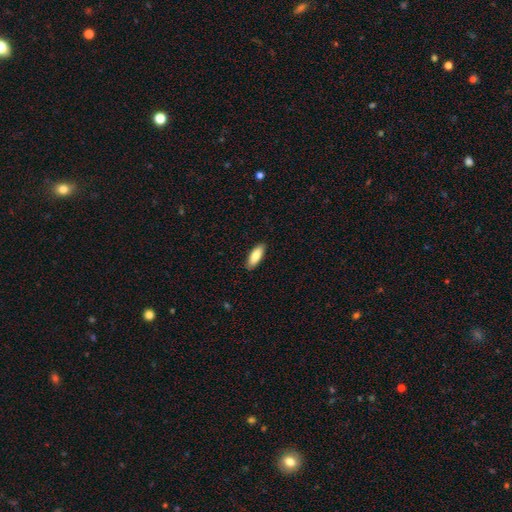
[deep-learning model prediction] This appears to be a smooth galaxy with no disk features (84%) that is in between round and cigar-shaped (68%). Merging: none (89%).